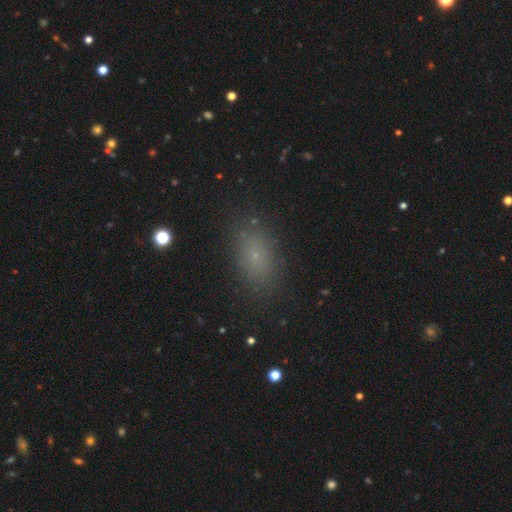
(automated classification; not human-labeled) Q: Smooth or featured?
A: smooth (70%); runner-up: star or artifact (19%)
Q: How rounded?
A: in between (83%); runner-up: round (13%)
Q: Merging?
A: none (84%); runner-up: minor disturbance (11%)